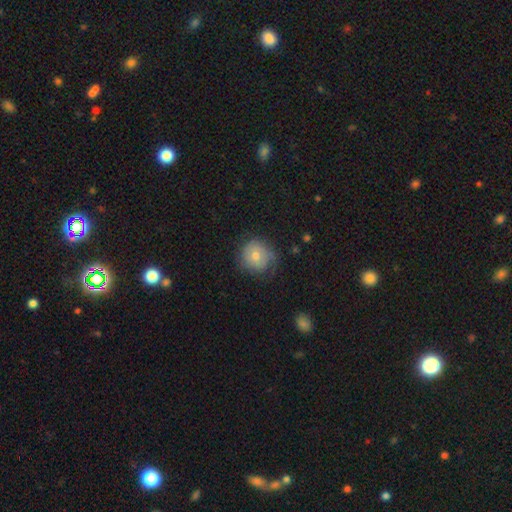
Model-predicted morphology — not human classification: Smooth or featured: smooth — 58% (featured or disk — 32%)
How rounded: round — 88% (in between — 11%)
Merging: none — 65% (minor disturbance — 24%)